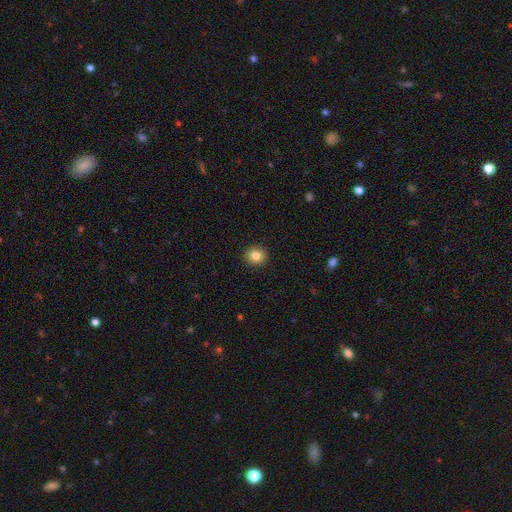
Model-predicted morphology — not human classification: A smooth galaxy with no disk features (83%) that is round (88%).

Vote fractions:
- Smooth or featured? smooth: 83% / star or artifact: 10% / featured or disk: 7%
- How rounded? round: 88% / in between: 11% / cigar-shaped: 1%
- Merging? none: 92% / minor disturbance: 5% / major disturbance: 2% / merger: 1%